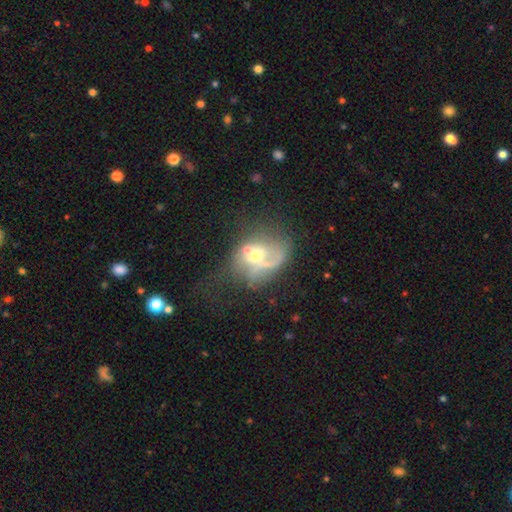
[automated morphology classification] This is possibly a featured or disk galaxy (55%). It is clearly not viewed edge-on (96%). Bar: likely no (73%). Spiral arm pattern: possibly no (54%). Central bulge: likely moderate (64%). Merging: marginally major disturbance (33%).